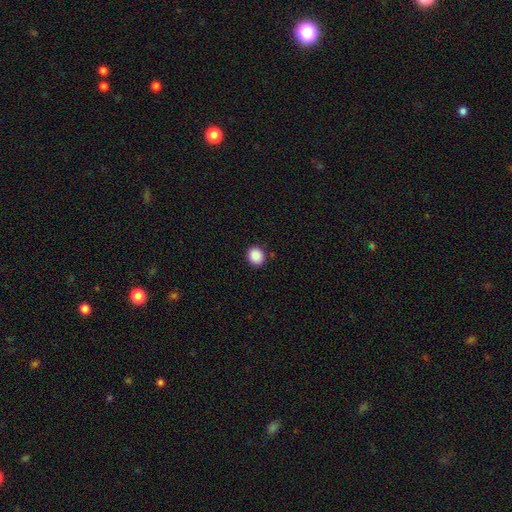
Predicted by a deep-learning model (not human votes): A smooth galaxy with no disk features (89%) that is round (79%).

Vote fractions:
- Smooth or featured? smooth: 89% / star or artifact: 8% / featured or disk: 3%
- How rounded? round: 79% / in between: 20% / cigar-shaped: 1%
- Merging? none: 89% / minor disturbance: 7% / major disturbance: 2% / merger: 1%